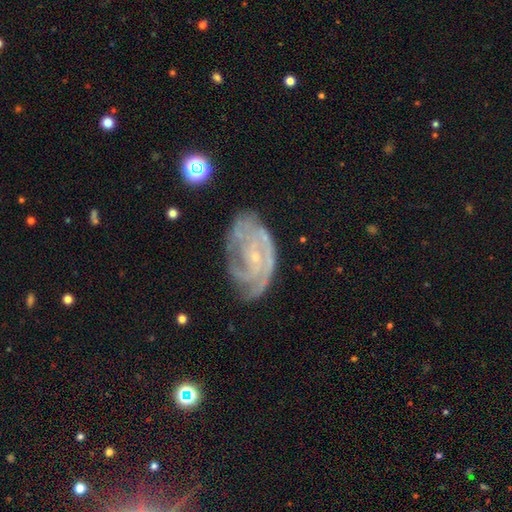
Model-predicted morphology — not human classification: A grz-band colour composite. It shows a featured or disk galaxy (86%) with no bar (65%), can't tell (26%, tied with 2 and 3) tight (64%) spiral arms (95%) and a small central bulge (82%). Merging: none (63%).